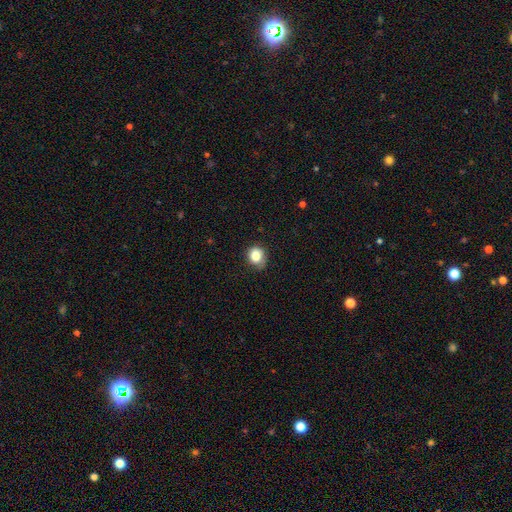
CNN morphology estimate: The model was most divided on "how rounded": round: 72%, in between: 28%, cigar-shaped: 1%. More confident: smooth or featured — smooth (82%); merging — none (69%).